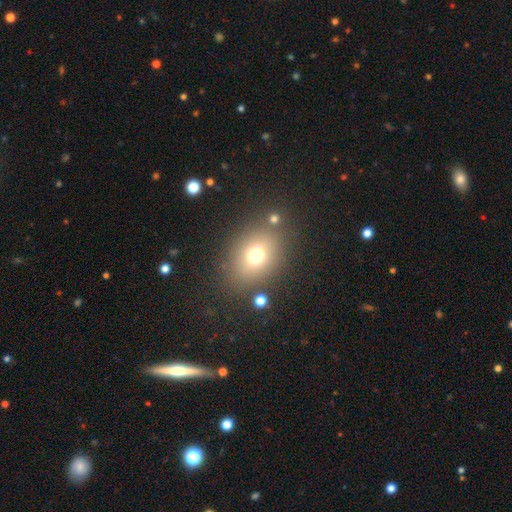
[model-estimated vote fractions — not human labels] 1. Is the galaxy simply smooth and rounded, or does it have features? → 72% smooth, 15% star or artifact, 13% featured or disk.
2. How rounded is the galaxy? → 58% in between, 41% round, 1% cigar-shaped.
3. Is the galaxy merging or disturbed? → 79% none, 11% minor disturbance, 6% merger, 5% major disturbance.